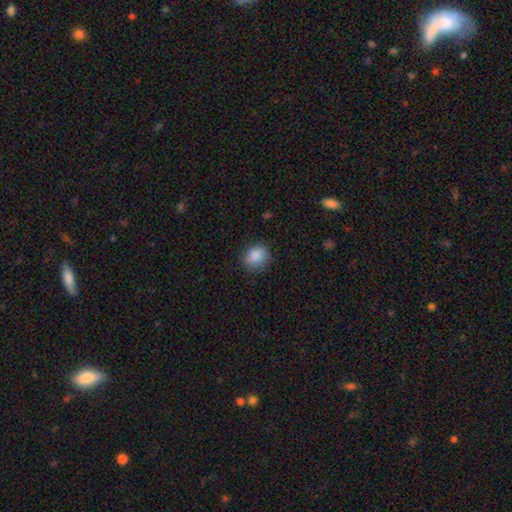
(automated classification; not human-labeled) smooth_or_featured: smooth (p=0.88) [alt: star or artifact p=0.08]
how_rounded: round (p=0.69) [alt: in between p=0.30]
merging: none (p=0.78) [alt: minor disturbance p=0.17]